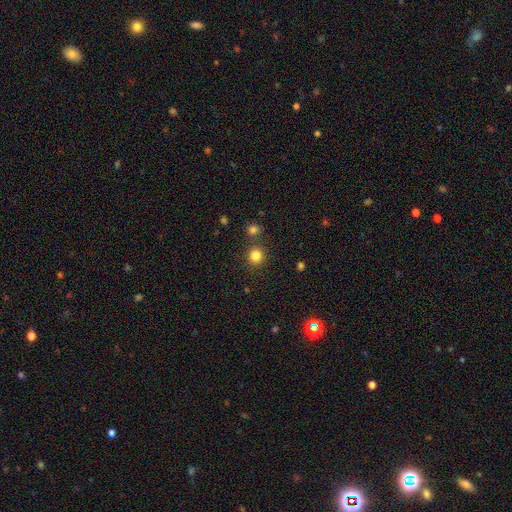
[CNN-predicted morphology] smooth 82%, star or artifact 14%, featured or disk 4%. Down the decision tree: how rounded — round (92%); merging — none (83%).